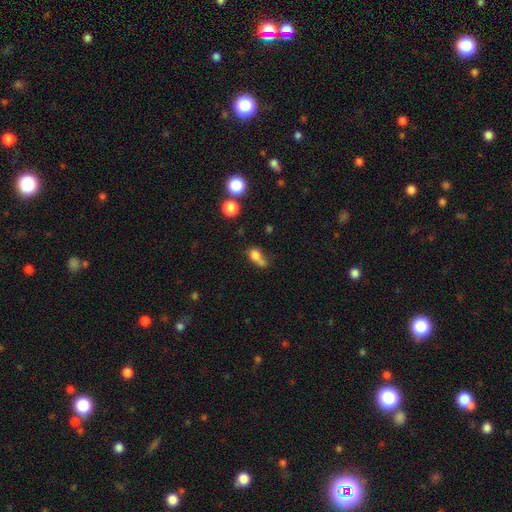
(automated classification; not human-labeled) A smooth galaxy with no disk features (75%) that is in between round and cigar-shaped (57%). Merging: merger (37%).